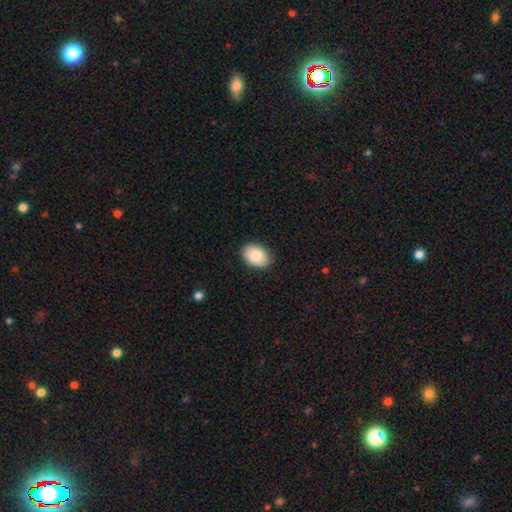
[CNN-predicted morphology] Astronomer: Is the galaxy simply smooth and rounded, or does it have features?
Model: smooth — 87%.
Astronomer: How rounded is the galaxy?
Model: in between — 82%.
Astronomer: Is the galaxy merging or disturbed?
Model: none — 87%.